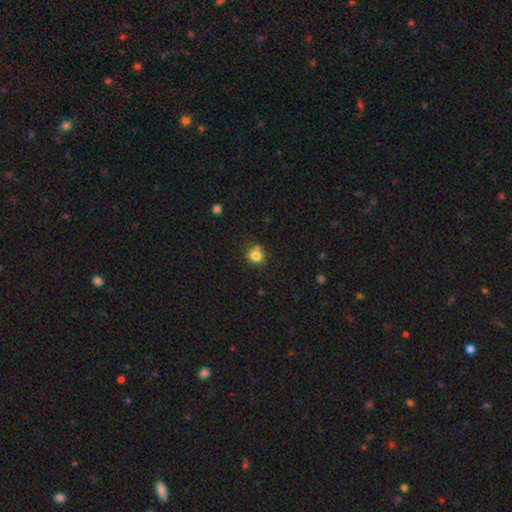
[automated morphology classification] Smooth or featured? smooth (81%)
How rounded? round (82%)
Merging? none (68%)